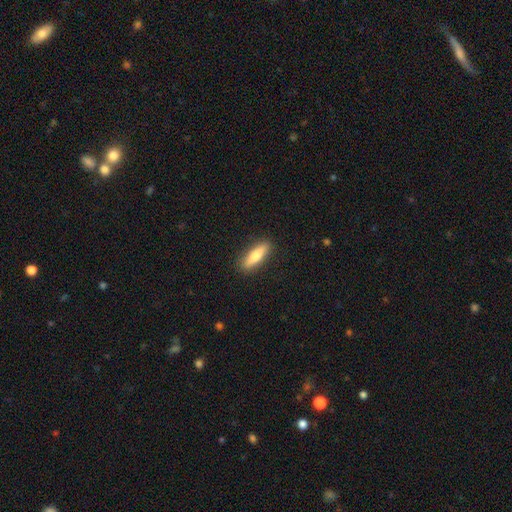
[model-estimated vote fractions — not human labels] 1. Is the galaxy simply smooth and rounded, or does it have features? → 69% smooth, 25% featured or disk, 6% star or artifact.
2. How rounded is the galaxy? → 64% cigar-shaped, 34% in between, 2% round.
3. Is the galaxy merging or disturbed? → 89% none, 8% minor disturbance, 2% major disturbance, 1% merger.